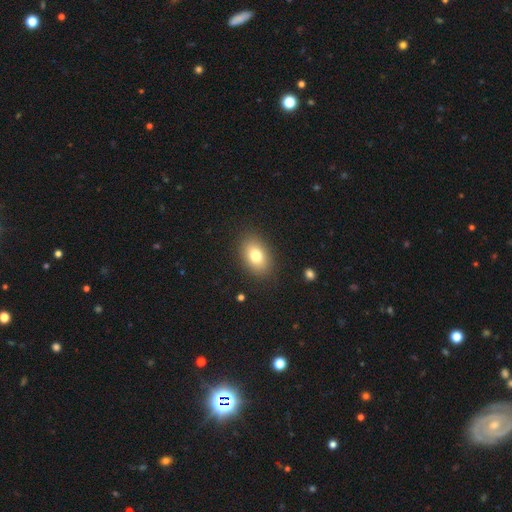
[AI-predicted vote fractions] smooth_or_featured: smooth (p=0.78) [alt: featured or disk p=0.13]
how_rounded: in between (p=0.85) [alt: round p=0.14]
merging: none (p=0.87) [alt: minor disturbance p=0.09]